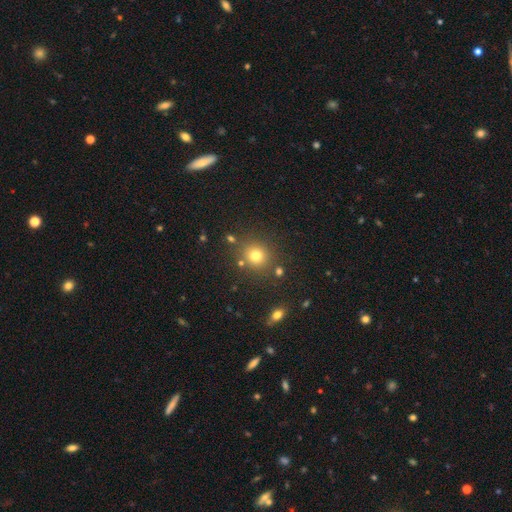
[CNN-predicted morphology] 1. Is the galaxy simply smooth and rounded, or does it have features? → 76% smooth, 16% star or artifact, 8% featured or disk.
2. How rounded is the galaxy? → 89% round, 10% in between, 1% cigar-shaped.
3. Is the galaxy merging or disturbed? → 82% none, 9% minor disturbance, 6% merger, 3% major disturbance.